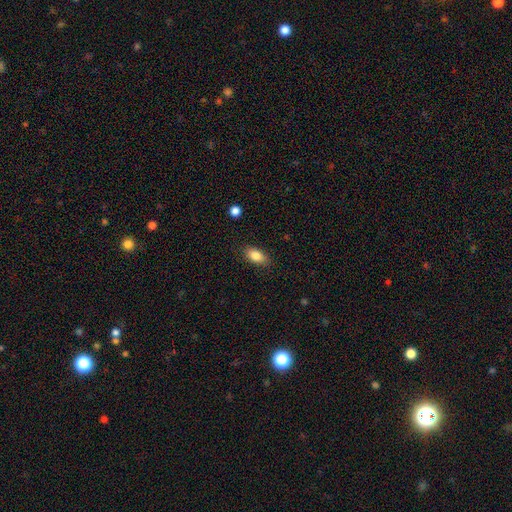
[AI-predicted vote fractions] A smooth galaxy with no disk features (83%) that is in between round and cigar-shaped (88%). Merging: none (85%).